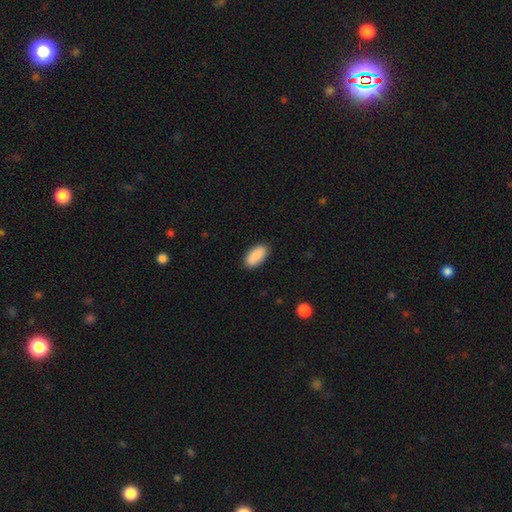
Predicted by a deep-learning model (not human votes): Overall: smooth (90%). How rounded: in between (93%). Merging: none (89%).